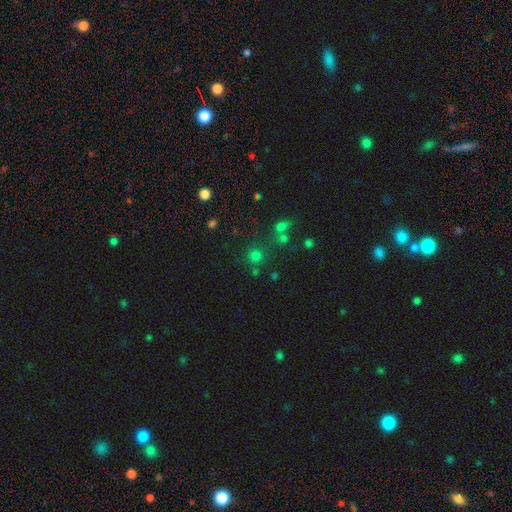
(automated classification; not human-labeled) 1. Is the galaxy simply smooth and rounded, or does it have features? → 69% smooth, 25% star or artifact, 6% featured or disk.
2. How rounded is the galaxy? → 91% round, 8% in between, 1% cigar-shaped.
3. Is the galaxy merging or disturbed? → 72% none, 14% merger, 9% minor disturbance, 5% major disturbance.